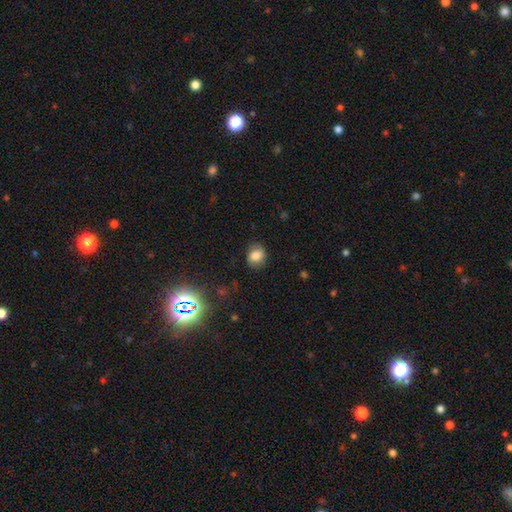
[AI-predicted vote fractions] smooth_or_featured: smooth (p=0.78) [alt: star or artifact p=0.12]
how_rounded: round (p=0.58) [alt: in between p=0.41]
merging: none (p=0.78) [alt: minor disturbance p=0.16]